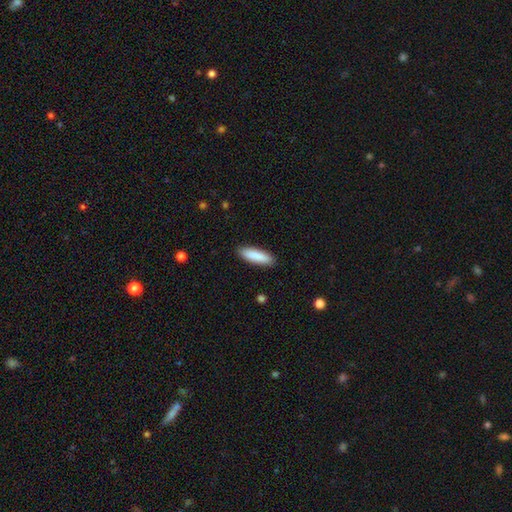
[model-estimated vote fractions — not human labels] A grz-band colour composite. It shows a smooth galaxy with no disk features (87%) that is cigar-shaped (64%). Merging: none (90%).